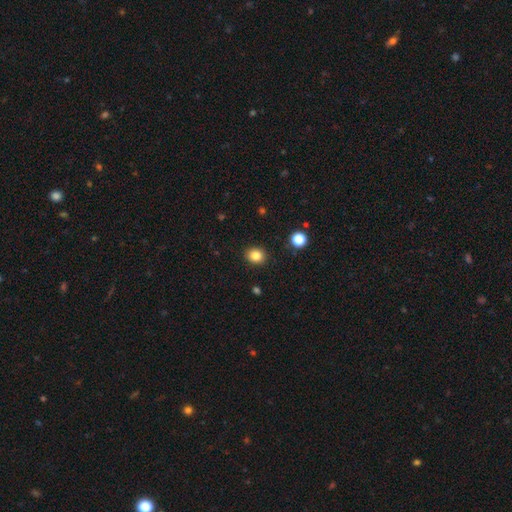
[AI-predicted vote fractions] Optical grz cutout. It shows a smooth galaxy with no disk features (83%) that is round (74%). Merging: none (91%).